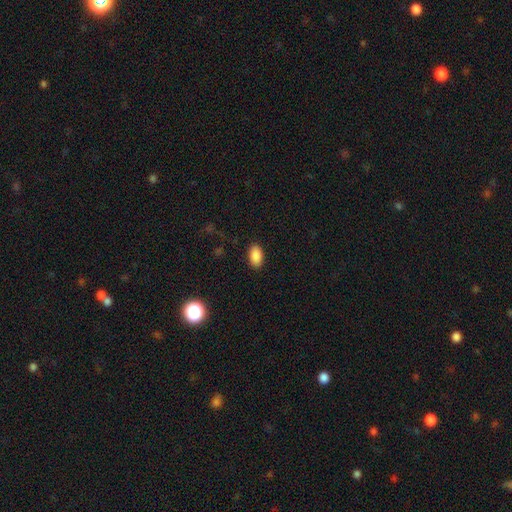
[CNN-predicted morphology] This appears to be a smooth galaxy with no disk features (89%) that is in between round and cigar-shaped (93%). Merging: none (89%).